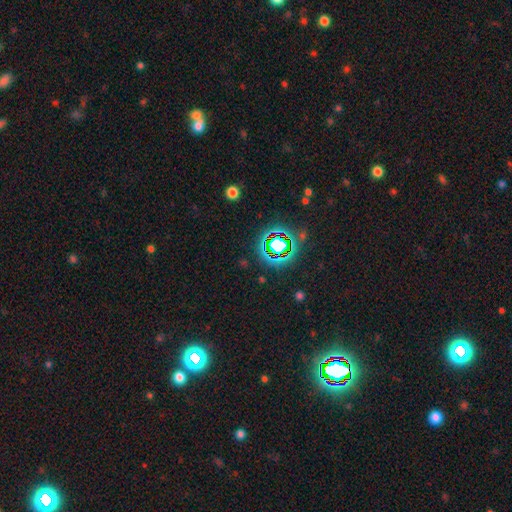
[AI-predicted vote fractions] star or artifact 76%, smooth 13%, featured or disk 11%.